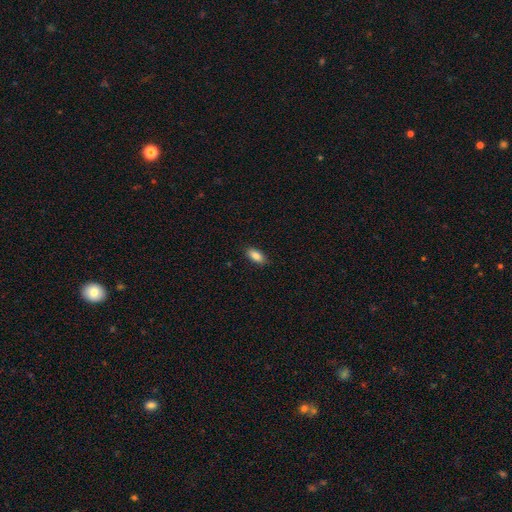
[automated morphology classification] This appears to be a smooth galaxy with no disk features (86%) that is in between round and cigar-shaped (88%). Merging: none (88%).